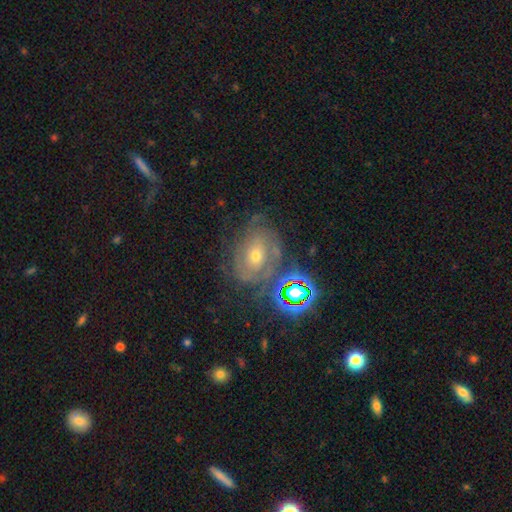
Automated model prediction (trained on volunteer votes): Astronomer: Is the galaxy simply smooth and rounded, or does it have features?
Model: featured or disk — 66%.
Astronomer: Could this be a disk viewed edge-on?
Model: no — 96%.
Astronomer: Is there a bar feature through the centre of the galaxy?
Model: no — 67%.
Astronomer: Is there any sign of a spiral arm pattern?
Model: yes — 84%.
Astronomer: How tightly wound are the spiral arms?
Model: tight — 66%.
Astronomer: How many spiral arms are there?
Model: can't tell — 47%.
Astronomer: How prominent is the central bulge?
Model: moderate — 53% (runner-up: small, 42%).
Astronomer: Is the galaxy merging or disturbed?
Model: none — 61%.